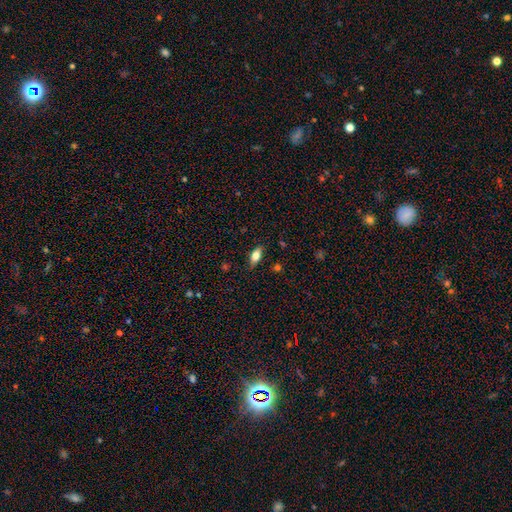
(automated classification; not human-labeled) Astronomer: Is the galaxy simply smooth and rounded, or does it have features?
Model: smooth — 73%.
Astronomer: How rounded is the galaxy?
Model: in between — 84%.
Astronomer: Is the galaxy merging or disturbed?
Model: none — 84%.